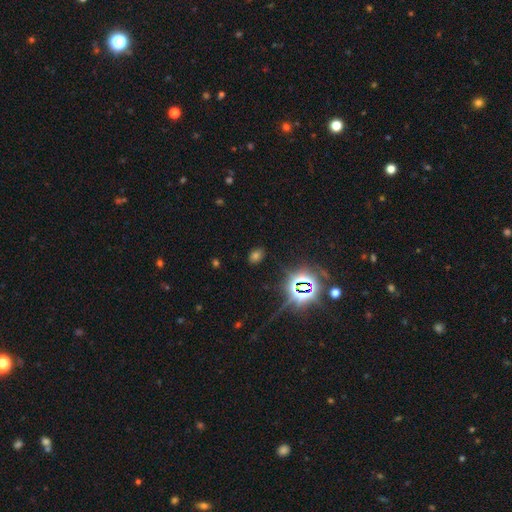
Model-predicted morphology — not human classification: A smooth galaxy with no disk features (47%).

Vote fractions:
- Smooth or featured? smooth: 47% / star or artifact: 45% / featured or disk: 8%
- Merging? none: 84% / minor disturbance: 10% / major disturbance: 4% / merger: 2%